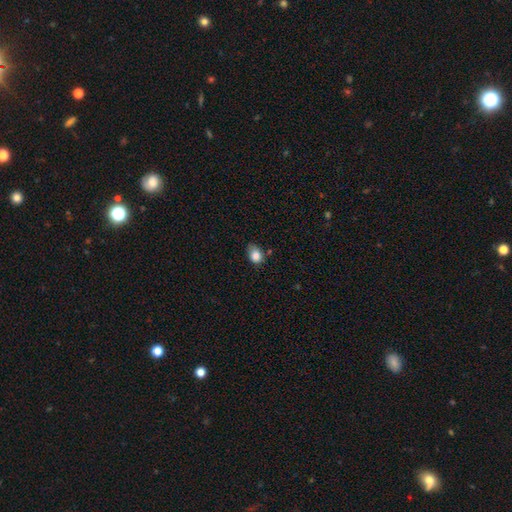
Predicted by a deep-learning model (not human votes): Morphology: type=smooth (83%); roundness=in between (57%); merging=none (52%).